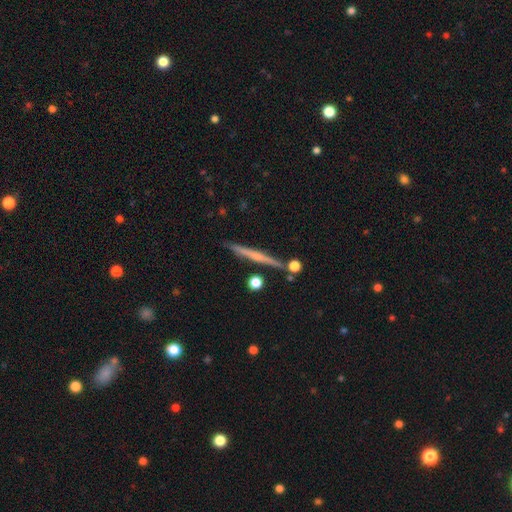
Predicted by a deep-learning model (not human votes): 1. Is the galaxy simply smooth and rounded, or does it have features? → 57% featured or disk, 36% smooth, 7% star or artifact.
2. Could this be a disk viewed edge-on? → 97% yes, 3% no.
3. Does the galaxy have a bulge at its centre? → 60% none, 32% rounded, 8% boxy.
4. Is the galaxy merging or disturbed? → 86% none, 8% minor disturbance, 4% merger, 2% major disturbance.